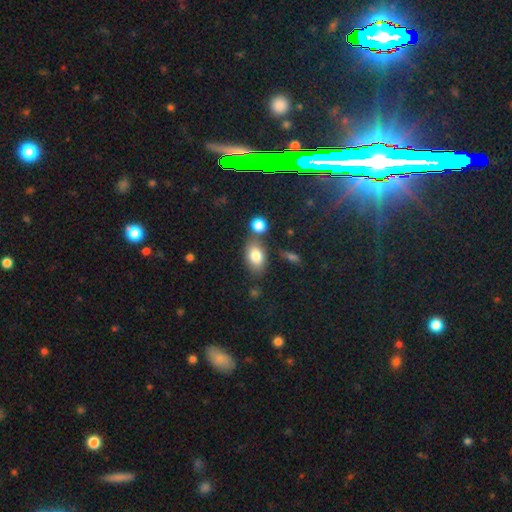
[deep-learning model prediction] smooth 79%, featured or disk 12%, star or artifact 9%. Down the decision tree: how rounded — in between (85%); merging — none (64%).